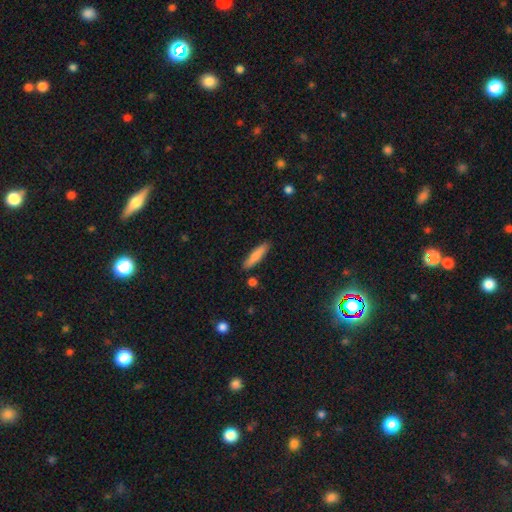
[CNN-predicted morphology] smooth 80%, featured or disk 15%, star or artifact 6%. Down the decision tree: how rounded — cigar-shaped (80%); merging — none (87%).